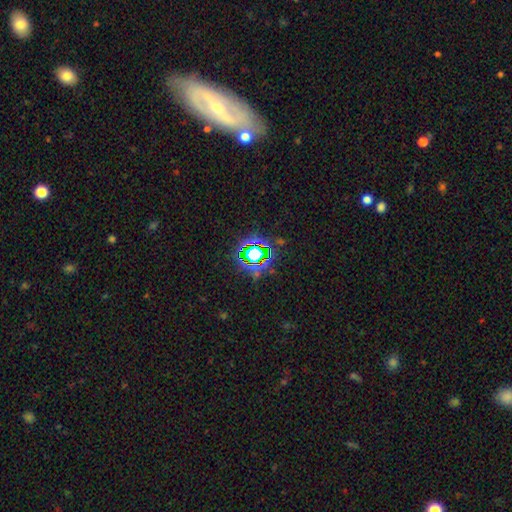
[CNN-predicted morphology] Overall: star or artifact (73%).